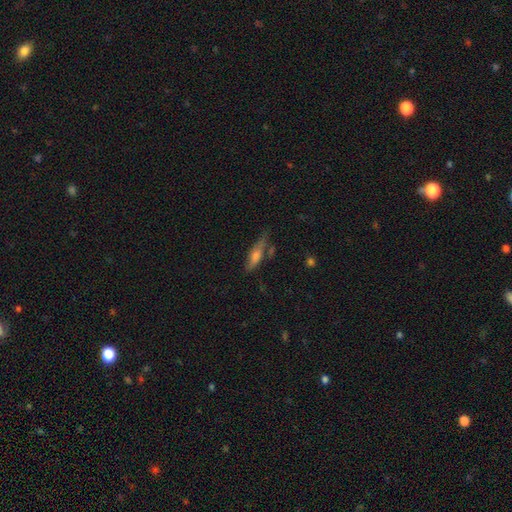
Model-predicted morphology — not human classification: Smooth or featured?
  - smooth: 47% *
  - featured or disk: 43%
  - star or artifact: 10%
Merging?
  - none: 63% *
  - minor disturbance: 22%
  - merger: 8%
  - major disturbance: 7%